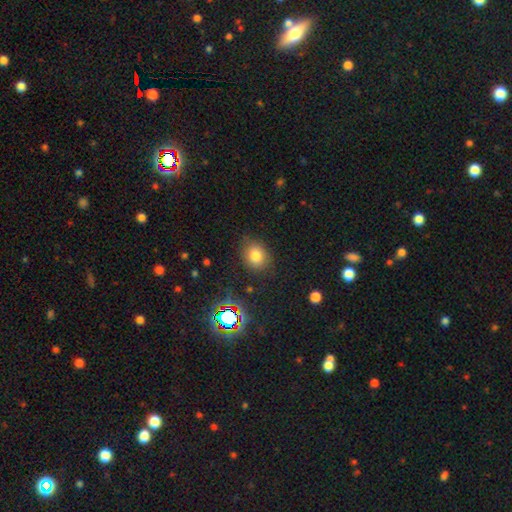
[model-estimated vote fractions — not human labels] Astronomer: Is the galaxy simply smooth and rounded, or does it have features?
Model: smooth — 77%.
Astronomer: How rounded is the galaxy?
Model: round — 58% (runner-up: in between, 41%).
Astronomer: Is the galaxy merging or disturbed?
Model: none — 79%.